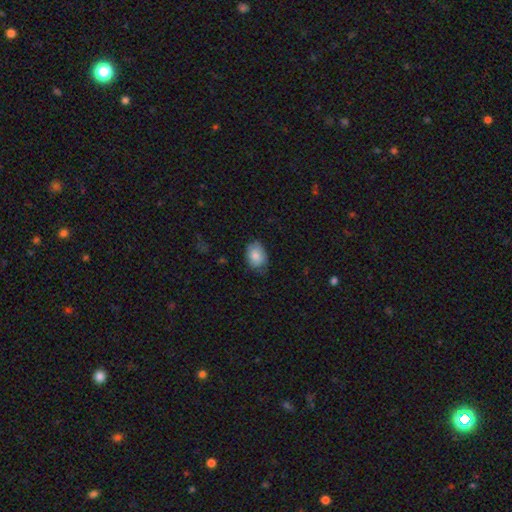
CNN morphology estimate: Q: Smooth or featured?
A: smooth (83%); runner-up: featured or disk (10%)
Q: How rounded?
A: in between (73%); runner-up: round (26%)
Q: Merging?
A: none (67%); runner-up: minor disturbance (26%)